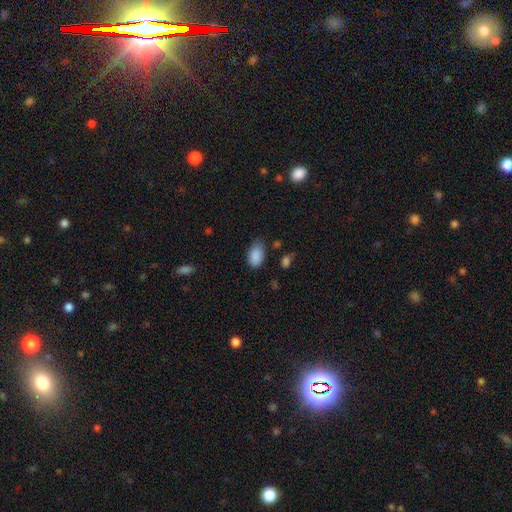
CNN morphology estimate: This is clearly a smooth galaxy (88%). How rounded: clearly in between (92%). Merging: likely none (68%).